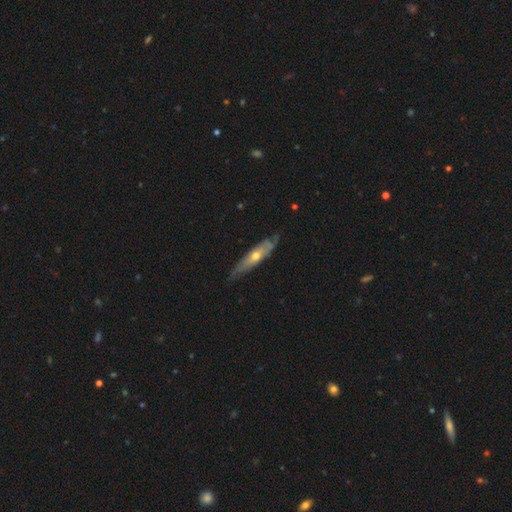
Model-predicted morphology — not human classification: featured or disk 61%, smooth 33%, star or artifact 6%. Down the decision tree: edge-on disk — yes (56%); merging — none (67%).